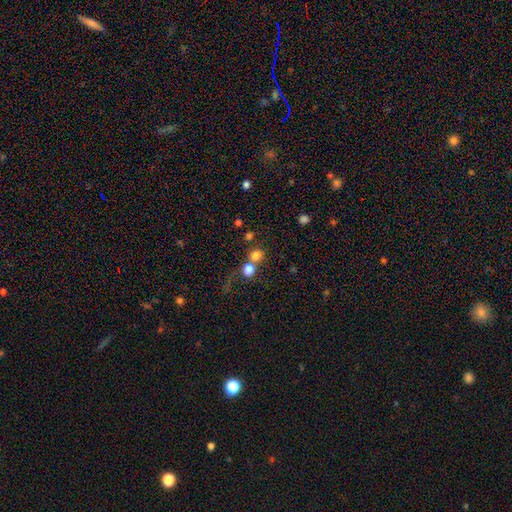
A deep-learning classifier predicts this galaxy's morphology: smooth 79%, star or artifact 13%, featured or disk 9%. Down the decision tree: how rounded — round (81%); merging — none (44%, tied with merger).